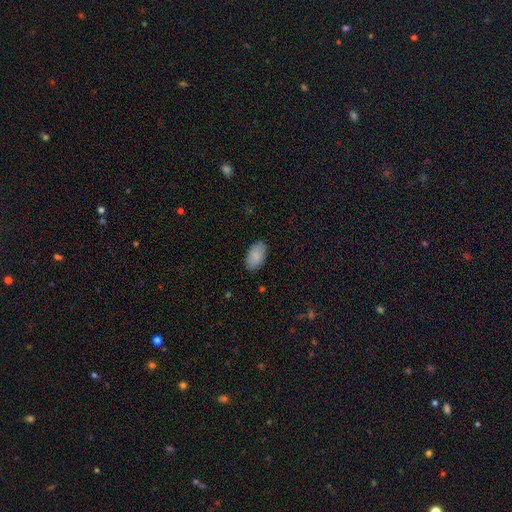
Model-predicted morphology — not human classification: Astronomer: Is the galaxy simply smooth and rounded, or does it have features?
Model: smooth — 88%.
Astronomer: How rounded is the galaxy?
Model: in between — 94%.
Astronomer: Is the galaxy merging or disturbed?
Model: none — 84%.